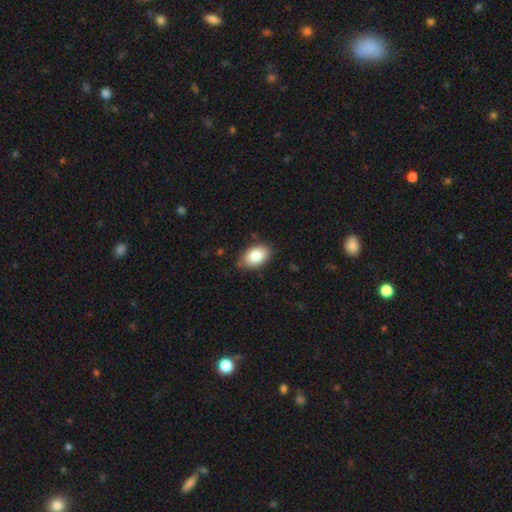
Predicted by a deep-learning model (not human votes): Smooth or featured? Predicted: smooth (p=0.84). How rounded? Predicted: in between (p=0.90). Merging? Predicted: none (p=0.81).